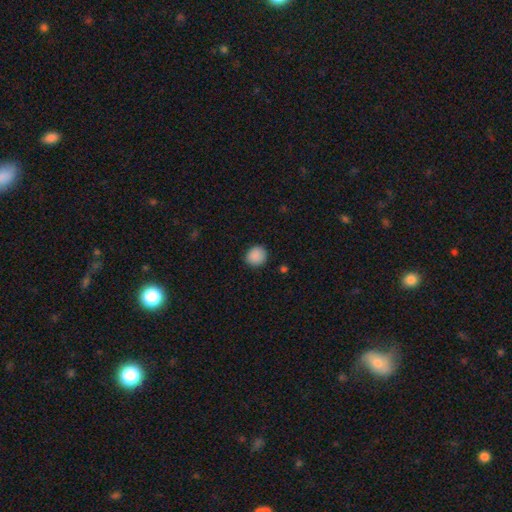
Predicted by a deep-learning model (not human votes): Q: Smooth or featured?
A: smooth (89%); runner-up: star or artifact (8%)
Q: How rounded?
A: round (86%); runner-up: in between (13%)
Q: Merging?
A: none (89%); runner-up: minor disturbance (8%)